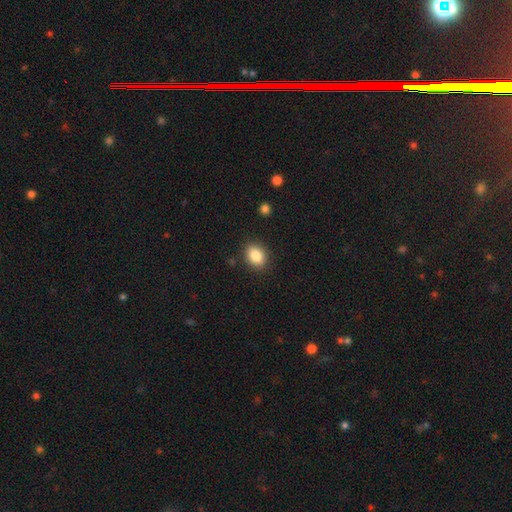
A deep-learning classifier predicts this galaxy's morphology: The model was most divided on "how rounded": in between: 65%, round: 34%, cigar-shaped: 1%. More confident: merging — none (87%); smooth or featured — smooth (86%).